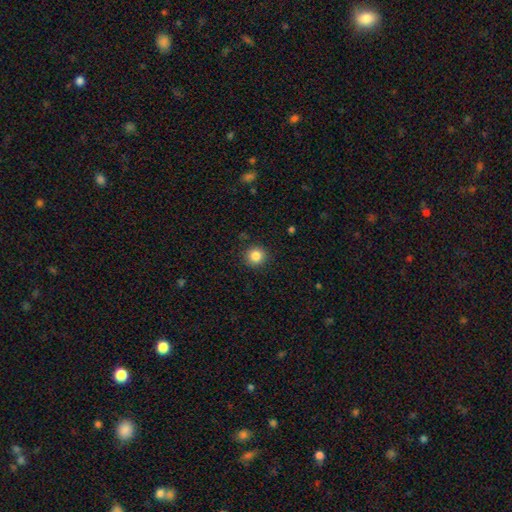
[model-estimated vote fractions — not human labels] The model was most divided on "smooth or featured": smooth: 84%, star or artifact: 11%, featured or disk: 5%. More confident: how rounded — round (94%); merging — none (91%).